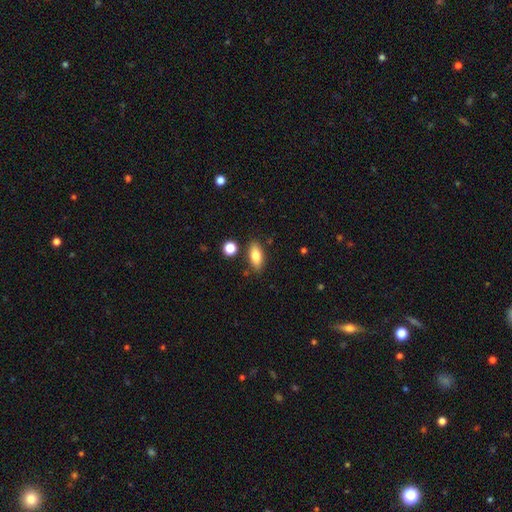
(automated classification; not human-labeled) A smooth galaxy with no disk features (80%) that is in between round and cigar-shaped (84%). Merging: none (82%).